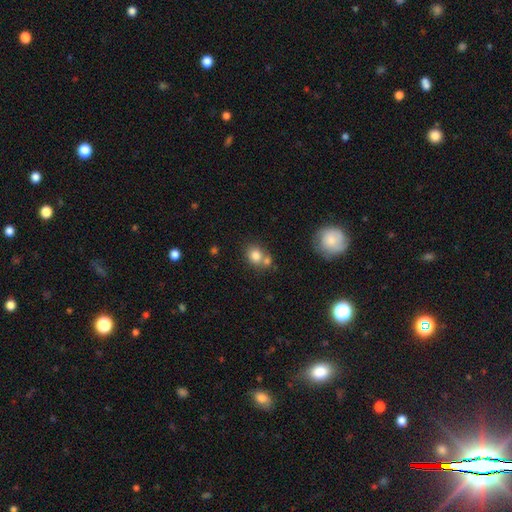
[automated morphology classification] Smooth or featured?
  - smooth: 81% *
  - star or artifact: 10%
  - featured or disk: 9%
How rounded?
  - round: 66% *
  - in between: 33%
  - cigar-shaped: 1%
Merging?
  - none: 50% *
  - merger: 36%
  - minor disturbance: 11%
  - major disturbance: 4%